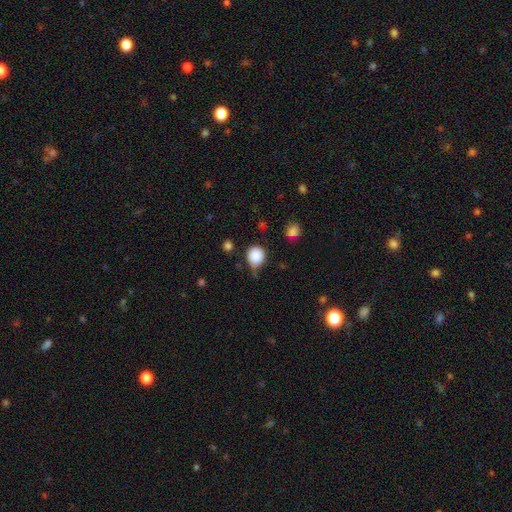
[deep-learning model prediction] This is clearly a smooth galaxy (87%). How rounded: clearly round (82%). Merging: likely none (67%).